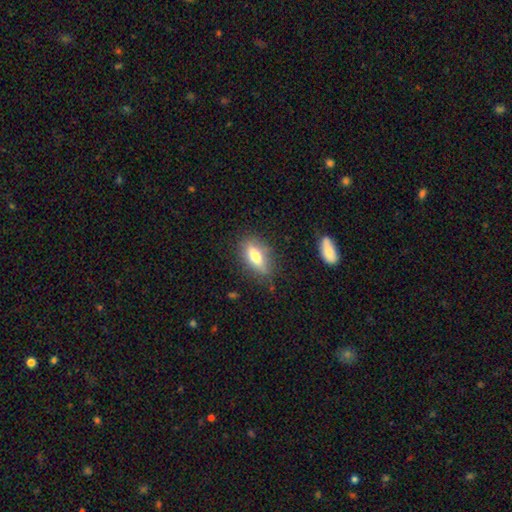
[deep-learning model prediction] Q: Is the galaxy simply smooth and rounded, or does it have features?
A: smooth — 66%.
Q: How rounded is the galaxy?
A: in between — 74%.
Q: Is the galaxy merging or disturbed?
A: none — 74%.